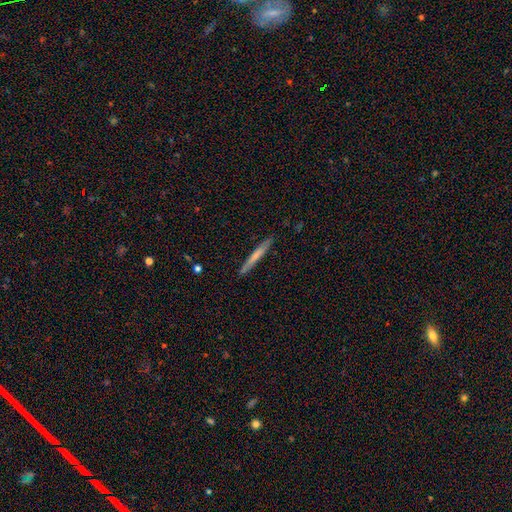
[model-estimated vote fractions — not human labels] The model was most divided on "smooth or featured": smooth: 60%, featured or disk: 35%, star or artifact: 6%. More confident: how rounded — cigar-shaped (97%); merging — none (89%).